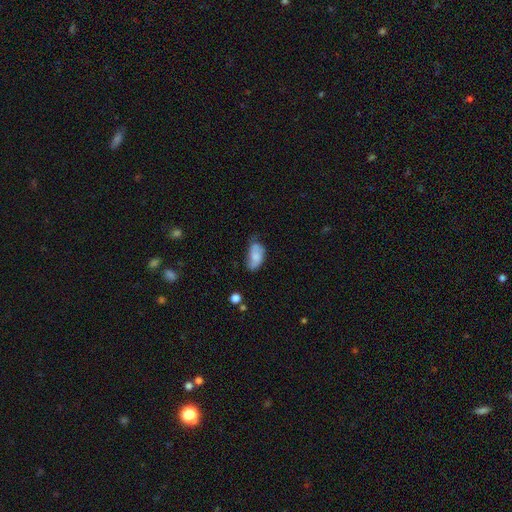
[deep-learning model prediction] Morphology: type=smooth (62%); roundness=in between (92%); merging=none (51%).